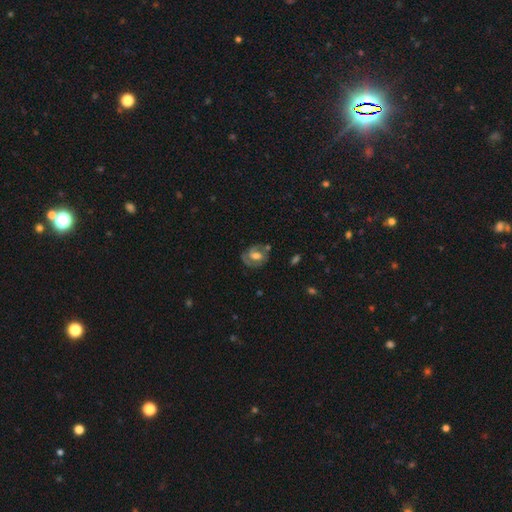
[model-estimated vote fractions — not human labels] Q: Smooth or featured?
A: featured or disk (64%); runner-up: smooth (29%)
Q: Edge-on disk?
A: no (96%); runner-up: yes (4%)
Q: Bar?
A: no (46%); runner-up: weak (41%)
Q: Spiral arms?
A: yes (75%); runner-up: no (25%)
Q: Bulge size?
A: moderate (53%); runner-up: large (30%)
Q: Merging?
A: none (63%); runner-up: minor disturbance (21%)